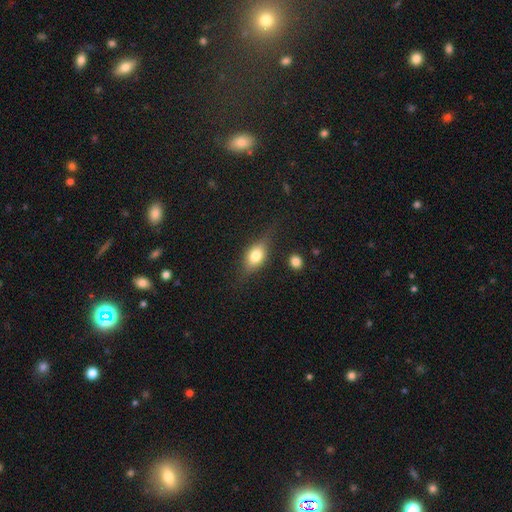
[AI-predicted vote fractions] smooth_or_featured: smooth (p=0.62) [alt: featured or disk p=0.30]
how_rounded: in between (p=0.74) [alt: round p=0.15]
merging: none (p=0.69) [alt: minor disturbance p=0.20]